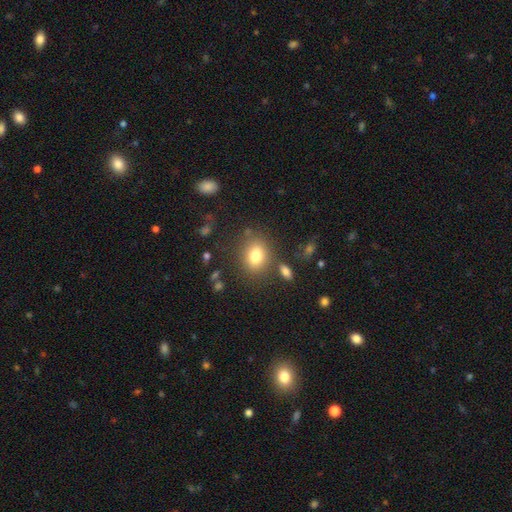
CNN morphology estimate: smooth_or_featured: smooth (p=0.80) [alt: star or artifact p=0.10]
how_rounded: in between (p=0.58) [alt: round p=0.40]
merging: none (p=0.76) [alt: minor disturbance p=0.12]